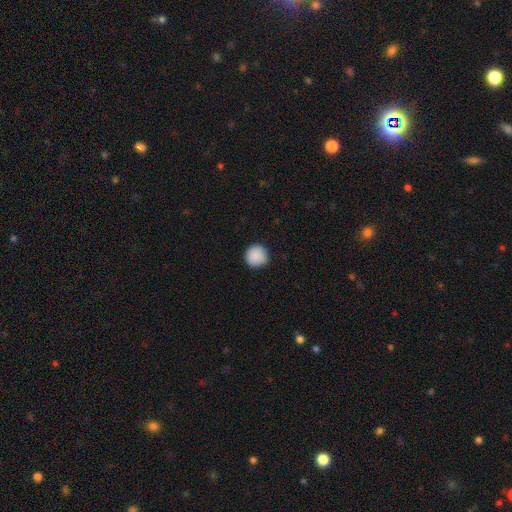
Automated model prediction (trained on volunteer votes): smooth-or-featured: smooth: 90% | star or artifact: 7% | featured or disk: 3%
  how-rounded: round: 96% | in between: 3% | cigar-shaped: 1%
  merging: none: 91% | minor disturbance: 6% | major disturbance: 2% | merger: 1%